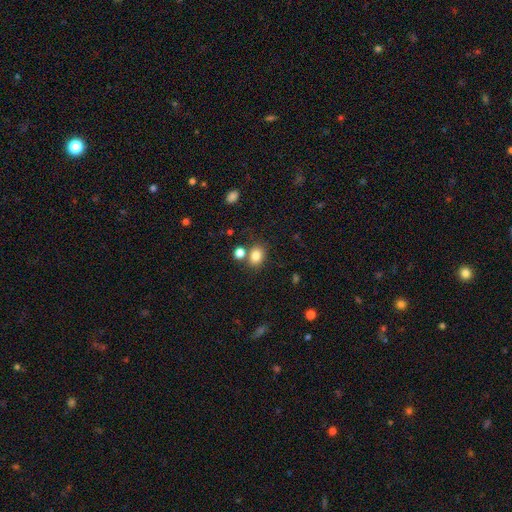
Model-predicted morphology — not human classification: The model was most divided on "how rounded": in between: 55%, round: 44%, cigar-shaped: 1%. More confident: smooth or featured — smooth (82%); merging — none (65%).